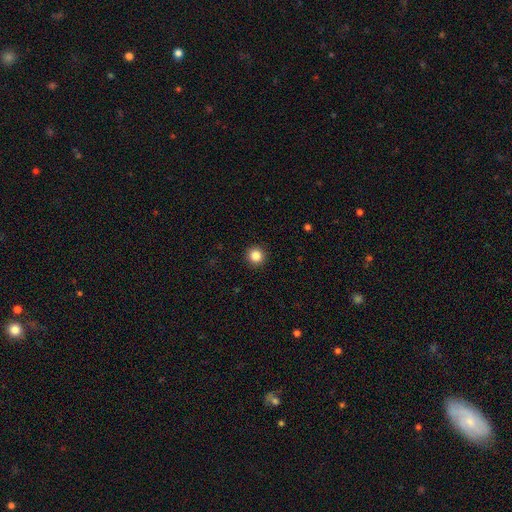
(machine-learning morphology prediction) smooth 86%, star or artifact 11%, featured or disk 4%. Down the decision tree: how rounded — round (95%); merging — none (93%).